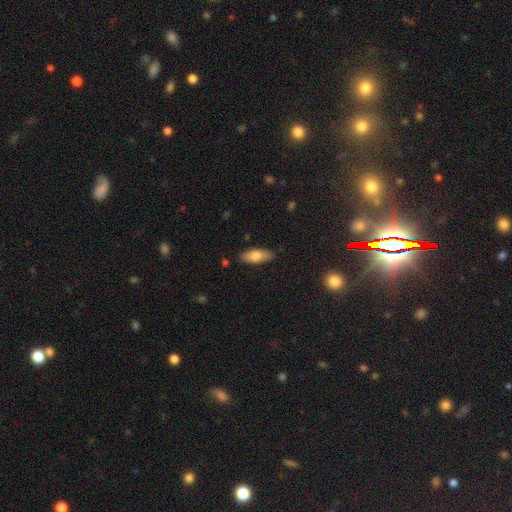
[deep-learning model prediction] A smooth galaxy with no disk features (75%) that is in between round and cigar-shaped (74%). Merging: none (85%).